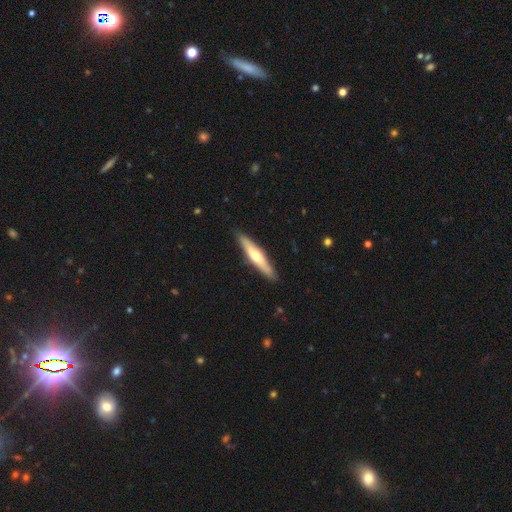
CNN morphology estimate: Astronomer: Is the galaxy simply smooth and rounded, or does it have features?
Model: smooth — 50% (runner-up: featured or disk, 45%).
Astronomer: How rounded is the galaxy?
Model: cigar-shaped — 89%.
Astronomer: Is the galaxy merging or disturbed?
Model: none — 89%.